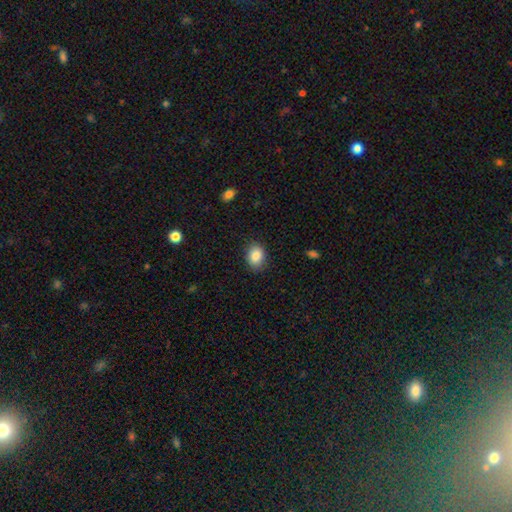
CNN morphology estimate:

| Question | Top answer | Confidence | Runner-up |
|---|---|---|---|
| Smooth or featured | smooth | 87% | star or artifact (8%) |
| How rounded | in between | 68% | round (31%) |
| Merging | none | 85% | minor disturbance (11%) |